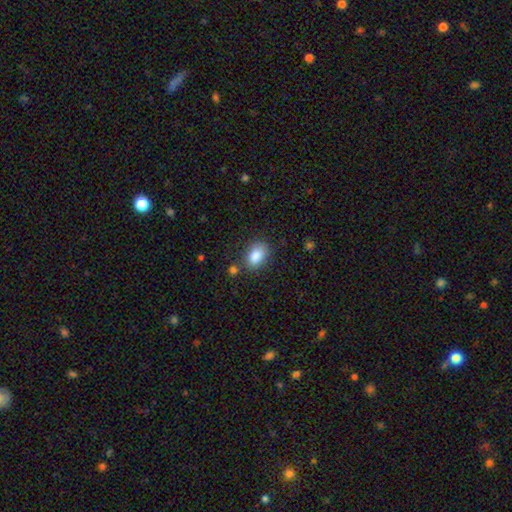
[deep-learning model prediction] A smooth galaxy with no disk features (86%) that is in between round and cigar-shaped (86%).

Vote fractions:
- Smooth or featured? smooth: 86% / star or artifact: 8% / featured or disk: 6%
- How rounded? in between: 86% / round: 13% / cigar-shaped: 1%
- Merging? none: 73% / minor disturbance: 17% / merger: 6% / major disturbance: 4%